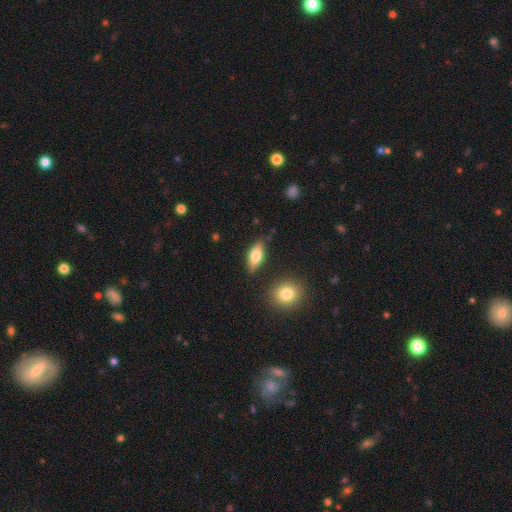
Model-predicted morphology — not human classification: type=smooth (67%); roundness=in between (74%); merging=none (81%).